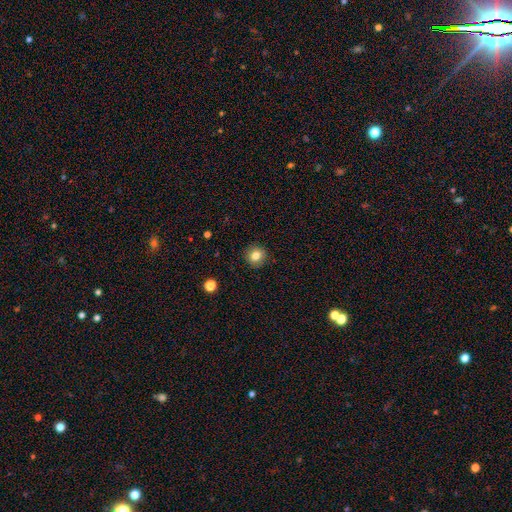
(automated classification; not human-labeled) smooth-or-featured: smooth: 82% | star or artifact: 11% | featured or disk: 7%
  how-rounded: round: 90% | in between: 9% | cigar-shaped: 1%
  merging: none: 91% | minor disturbance: 6% | major disturbance: 2% | merger: 1%